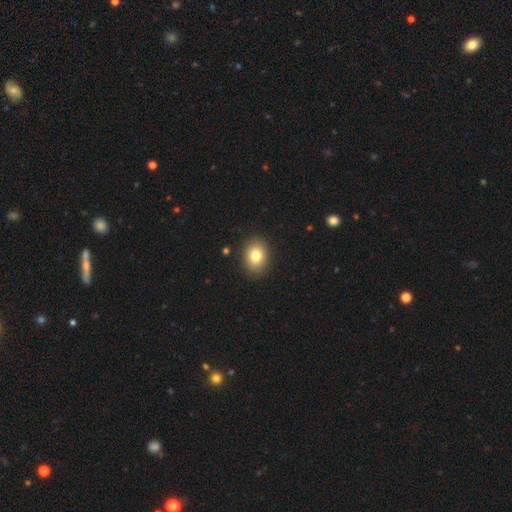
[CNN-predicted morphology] type=smooth (80%); roundness=in between (60%); merging=none (89%).